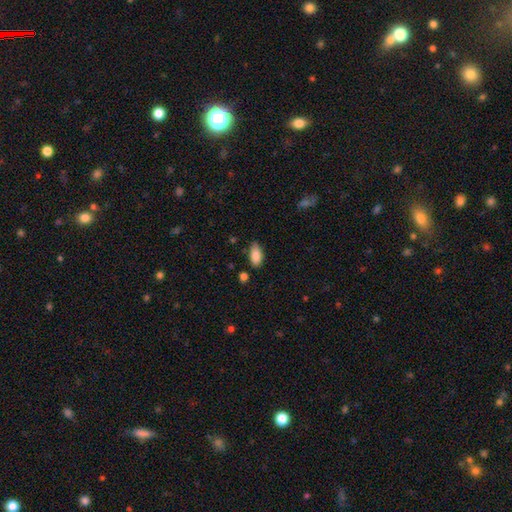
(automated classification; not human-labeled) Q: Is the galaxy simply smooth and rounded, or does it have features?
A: smooth — 88%.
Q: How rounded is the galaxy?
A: in between — 91%.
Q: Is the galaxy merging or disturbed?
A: none — 70%.